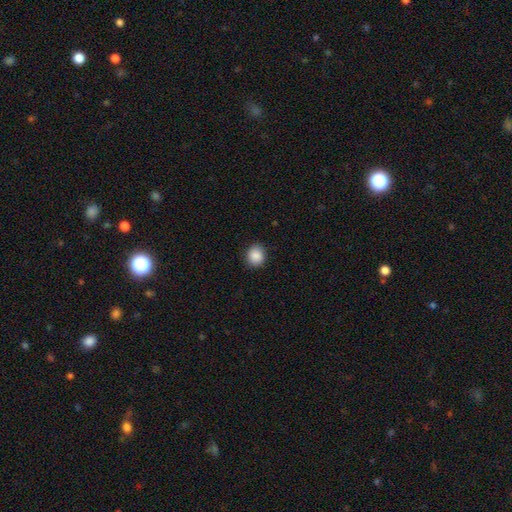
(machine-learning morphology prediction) Smooth or featured? Predicted: smooth (p=0.88). How rounded? Predicted: round (p=0.76). Merging? Predicted: none (p=0.87).